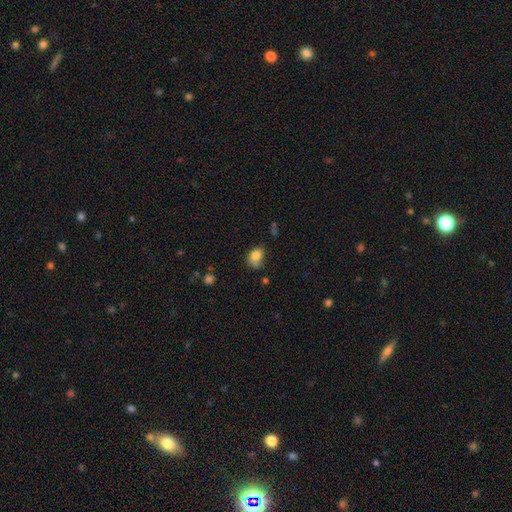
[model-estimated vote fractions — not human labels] The model was most divided on "merging": none: 45%, minor disturbance: 35%, major disturbance: 15%, merger: 6%. More confident: smooth or featured — smooth (80%); how rounded — in between (66%).